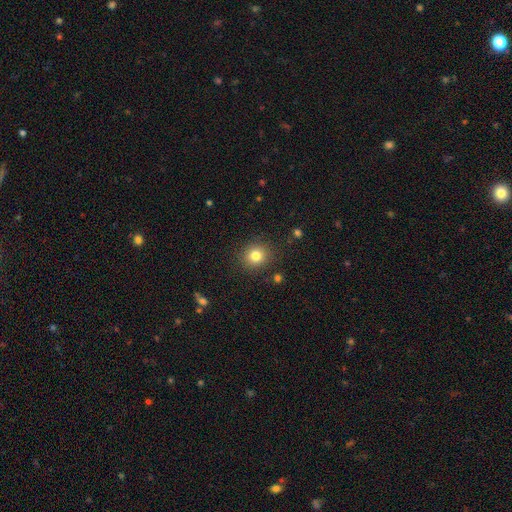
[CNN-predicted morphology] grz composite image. It shows a smooth galaxy with no disk features (80%) that is round (86%). Merging: none (88%).